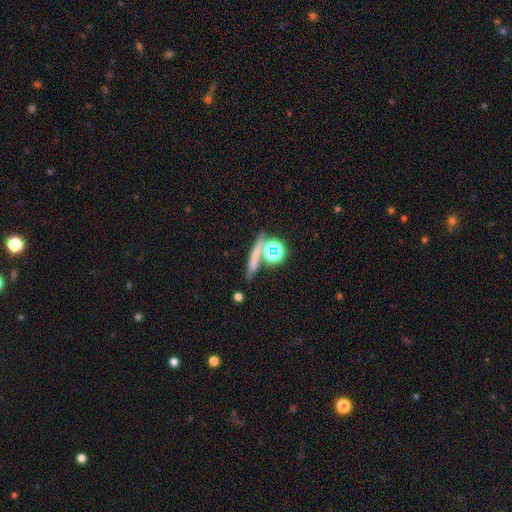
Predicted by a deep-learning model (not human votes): Overall: smooth (53%; star or artifact 25%). How rounded: cigar-shaped (63%; round 25%). Merging: none (71%).